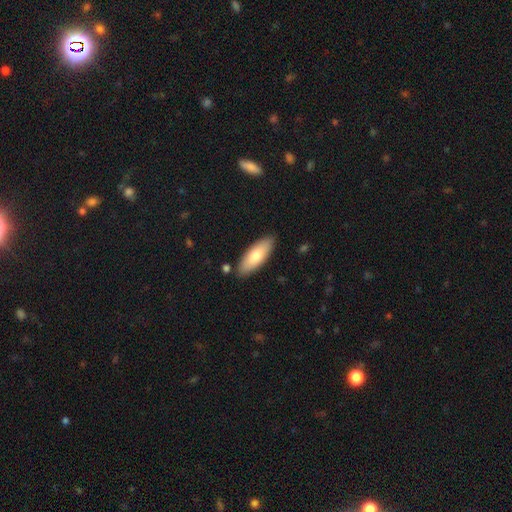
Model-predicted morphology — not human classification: type=smooth (75%); roundness=in between (70%); merging=none (87%).